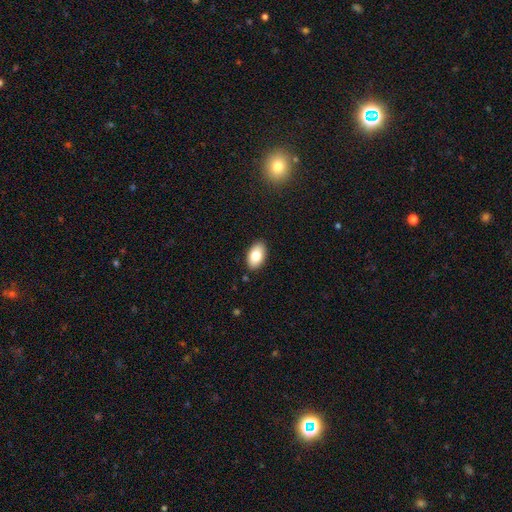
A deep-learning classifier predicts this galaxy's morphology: Smooth or featured?
  - smooth: 80% *
  - featured or disk: 13%
  - star or artifact: 7%
How rounded?
  - in between: 93% *
  - round: 5%
  - cigar-shaped: 2%
Merging?
  - none: 88% *
  - minor disturbance: 9%
  - major disturbance: 2%
  - merger: 1%